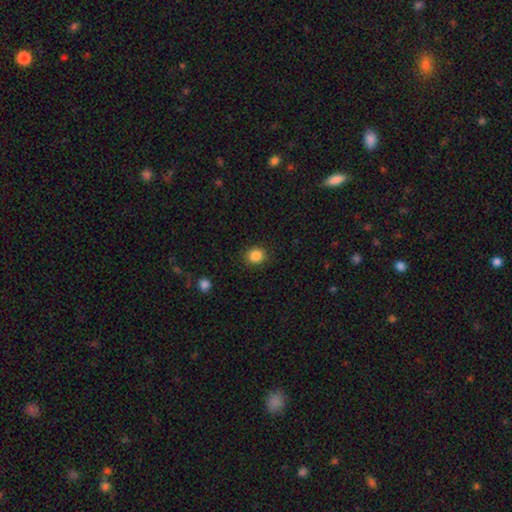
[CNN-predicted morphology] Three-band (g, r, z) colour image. It shows a smooth galaxy with no disk features (86%) that is round (81%). Merging: none (90%).